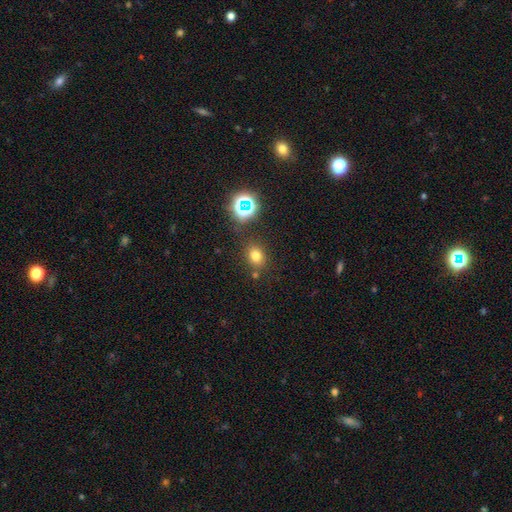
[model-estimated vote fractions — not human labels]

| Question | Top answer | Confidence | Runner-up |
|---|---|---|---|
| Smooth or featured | smooth | 72% | star or artifact (20%) |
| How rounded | round | 50% | in between (49%) |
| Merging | none | 78% | minor disturbance (11%) |